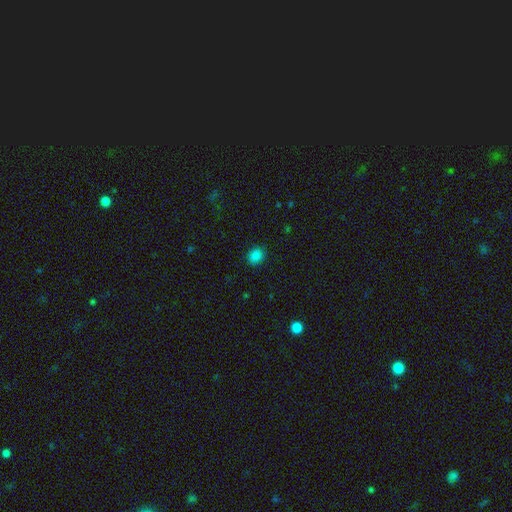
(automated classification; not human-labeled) Smooth or featured? Predicted: smooth (p=0.85). How rounded? Predicted: in between (p=0.52). Merging? Predicted: none (p=0.88).